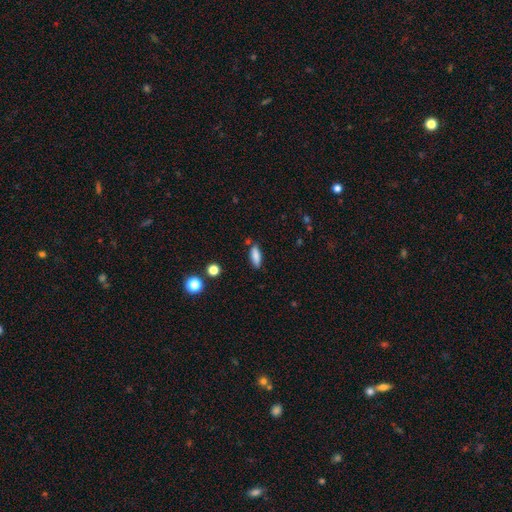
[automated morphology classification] Smooth or featured? smooth (83%)
How rounded? in between (61%)
Merging? none (80%)